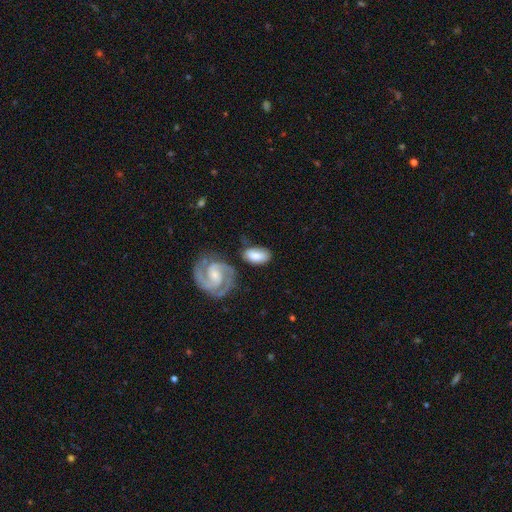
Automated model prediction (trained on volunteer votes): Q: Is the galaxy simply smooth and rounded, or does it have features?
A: smooth — 59%.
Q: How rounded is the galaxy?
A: in between — 90%.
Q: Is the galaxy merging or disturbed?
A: none — 59%.